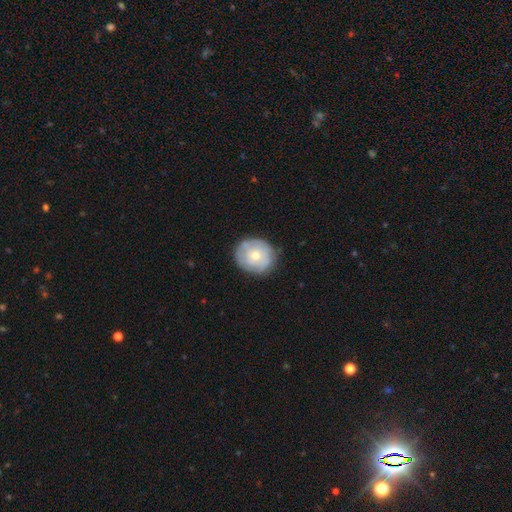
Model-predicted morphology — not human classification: smooth 51%, featured or disk 43%, star or artifact 6%. Down the decision tree: how rounded — round (83%); merging — none (79%).